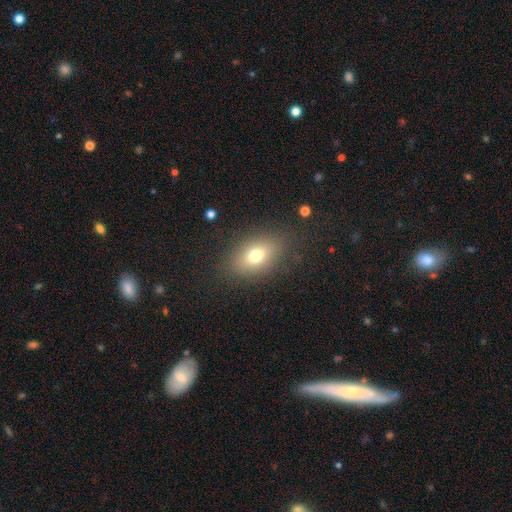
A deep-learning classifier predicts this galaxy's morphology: smooth 72%, featured or disk 15%, star or artifact 12%. Down the decision tree: how rounded — in between (80%); merging — none (81%).